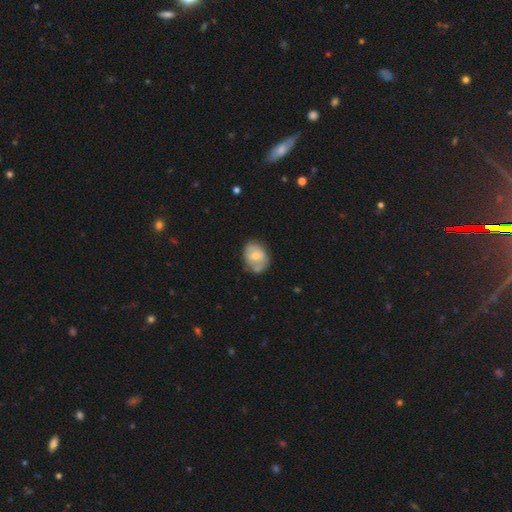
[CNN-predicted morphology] The model was most divided on "smooth or featured": smooth: 58%, featured or disk: 36%, star or artifact: 7%. More confident: how rounded — in between (65%); merging — none (56%).